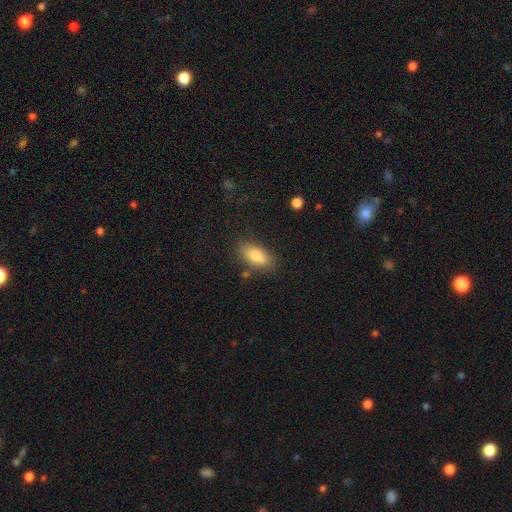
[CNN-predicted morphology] This is clearly a smooth galaxy (83%). How rounded: clearly in between (88%). Merging: likely none (77%).